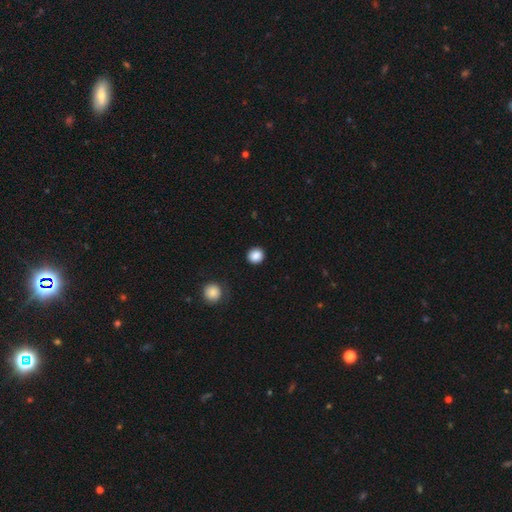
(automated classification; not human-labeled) Q: Smooth or featured?
A: smooth (88%); runner-up: star or artifact (9%)
Q: How rounded?
A: round (92%); runner-up: in between (7%)
Q: Merging?
A: none (91%); runner-up: minor disturbance (5%)